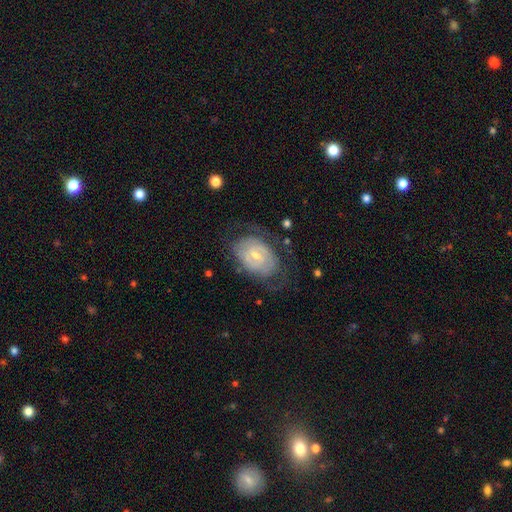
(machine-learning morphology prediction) Smooth or featured? Predicted: featured or disk (p=0.65). Edge-on disk? Predicted: no (p=0.95). Bar? Predicted: no (p=0.47). Spiral arms? Predicted: yes (p=0.68). Bulge size? Predicted: small (p=0.66). Merging? Predicted: none (p=0.56).